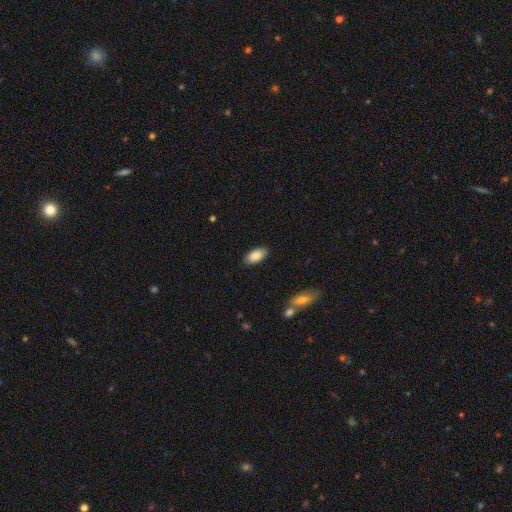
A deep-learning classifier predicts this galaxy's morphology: Overall: smooth (86%). How rounded: in between (93%). Merging: none (87%).